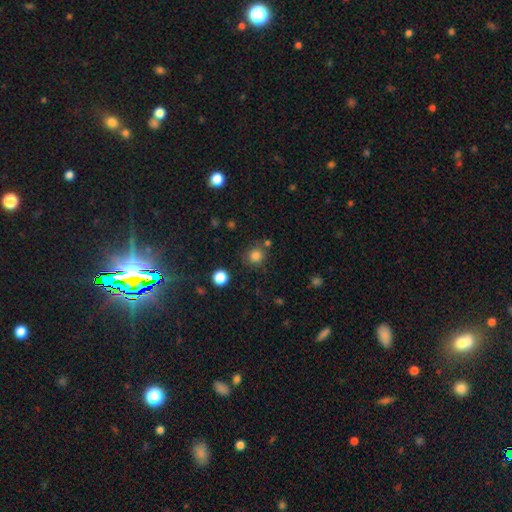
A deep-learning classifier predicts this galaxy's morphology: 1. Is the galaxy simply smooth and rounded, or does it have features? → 81% smooth, 14% star or artifact, 5% featured or disk.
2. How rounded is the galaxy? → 90% round, 9% in between, 1% cigar-shaped.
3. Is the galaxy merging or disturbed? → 77% none, 11% minor disturbance, 8% merger, 4% major disturbance.